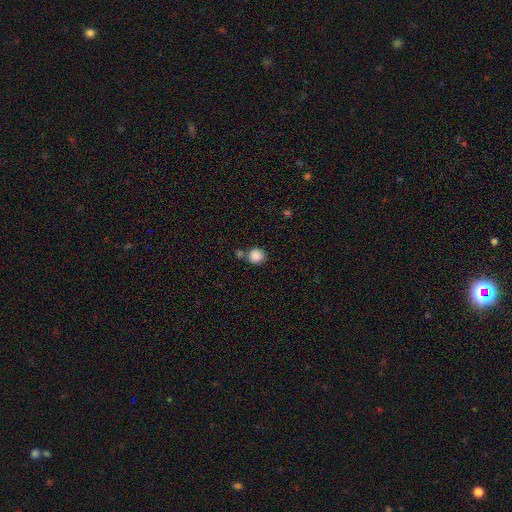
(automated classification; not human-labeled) Smooth or featured? smooth (87%)
How rounded? round (89%)
Merging? none (69%)